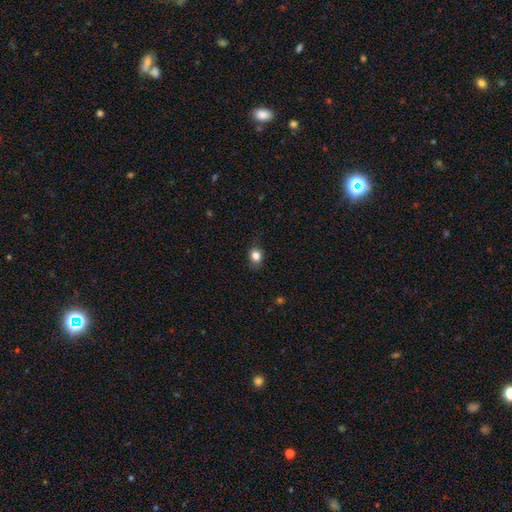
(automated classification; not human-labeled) Smooth or featured? Predicted: smooth (p=0.83). How rounded? Predicted: round (p=0.61). Merging? Predicted: none (p=0.80).